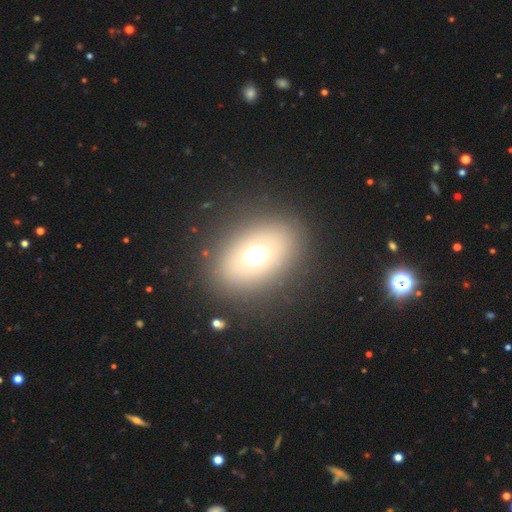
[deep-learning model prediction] Morphology: type=smooth (60%); roundness=in between (69%); merging=none (84%).